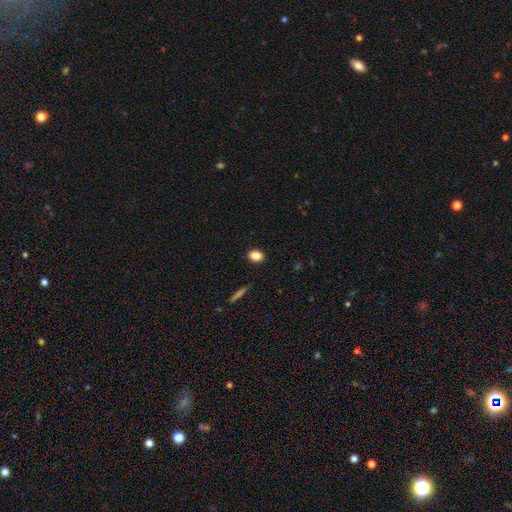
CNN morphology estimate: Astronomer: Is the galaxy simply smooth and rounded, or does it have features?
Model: smooth — 84%.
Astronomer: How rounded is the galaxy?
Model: in between — 64%.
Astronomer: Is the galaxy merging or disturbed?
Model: none — 90%.